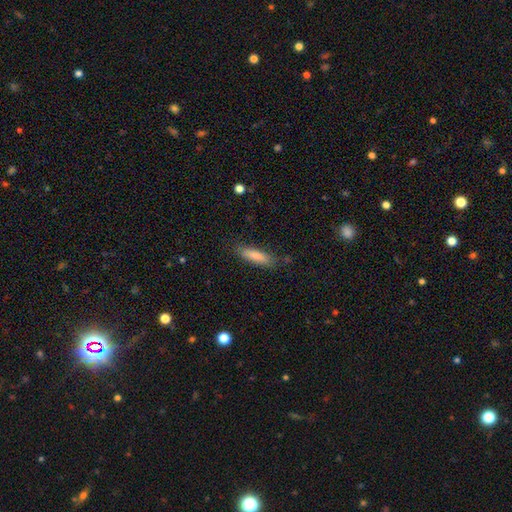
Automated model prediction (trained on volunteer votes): Smooth or featured? smooth (83%)
How rounded? cigar-shaped (66%)
Merging? none (81%)